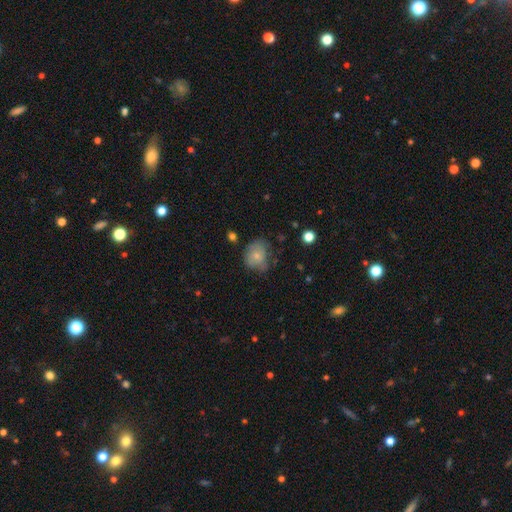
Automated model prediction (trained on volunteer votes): The model was most divided on "merging": none: 51%, minor disturbance: 33%, major disturbance: 14%, merger: 3%. More confident: smooth or featured — smooth (68%); how rounded — round (59%).